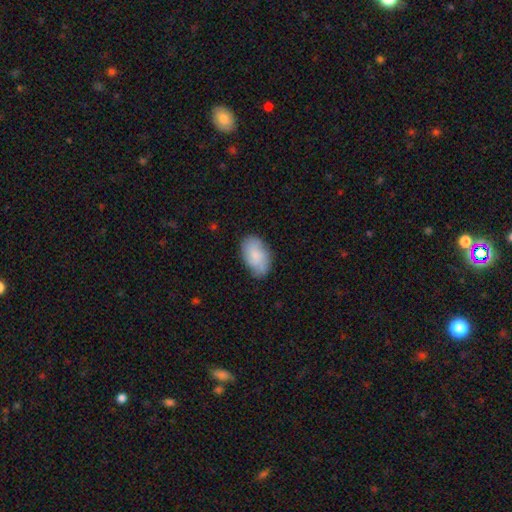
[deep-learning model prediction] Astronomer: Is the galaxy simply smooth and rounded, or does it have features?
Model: smooth — 77%.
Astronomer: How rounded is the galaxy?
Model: in between — 93%.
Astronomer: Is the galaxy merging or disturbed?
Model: none — 75%.